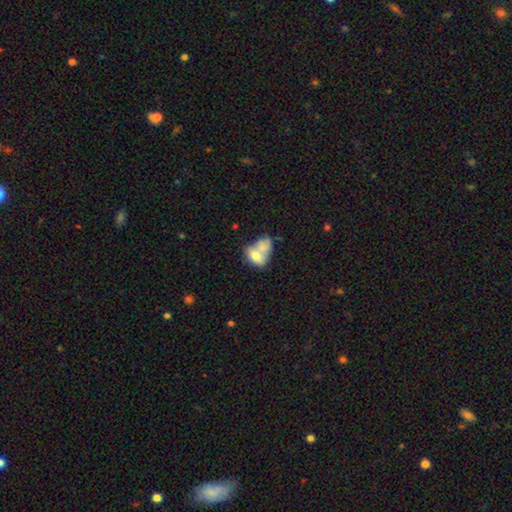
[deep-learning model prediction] Q: Smooth or featured?
A: smooth (69%); runner-up: featured or disk (24%)
Q: How rounded?
A: in between (79%); runner-up: round (19%)
Q: Merging?
A: merger (66%); runner-up: none (17%)